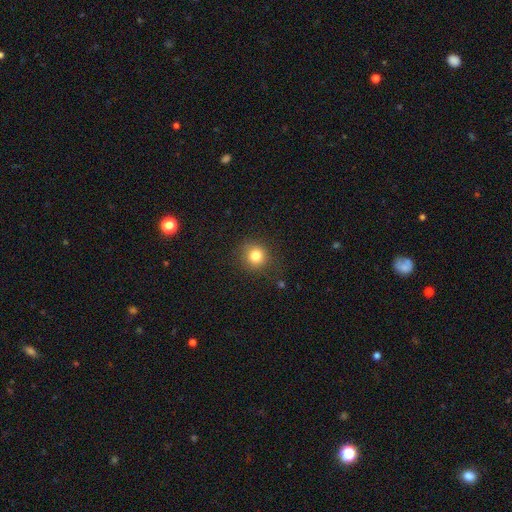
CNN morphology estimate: Smooth or featured?
  - smooth: 81% *
  - star or artifact: 12%
  - featured or disk: 6%
How rounded?
  - round: 89% *
  - in between: 10%
  - cigar-shaped: 1%
Merging?
  - none: 85% *
  - minor disturbance: 10%
  - major disturbance: 3%
  - merger: 1%